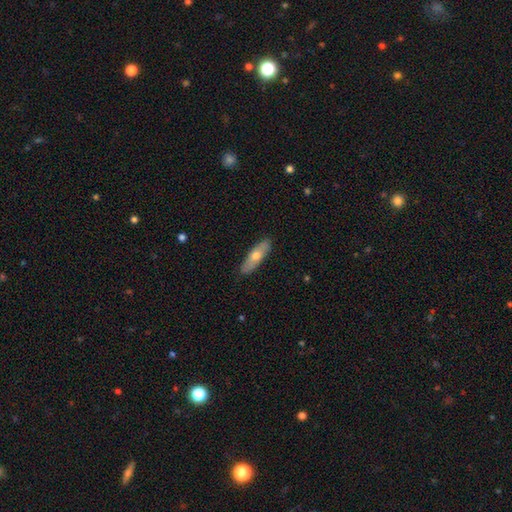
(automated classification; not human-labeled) A smooth galaxy with no disk features (59%) that is cigar-shaped (52%). Merging: none (89%).